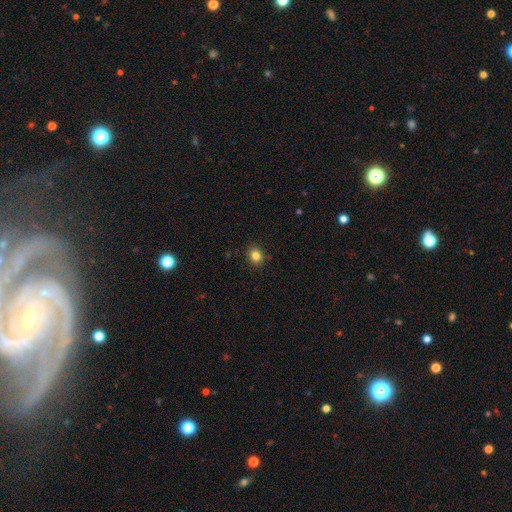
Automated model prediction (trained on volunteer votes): Q: Smooth or featured?
A: smooth (84%); runner-up: star or artifact (12%)
Q: How rounded?
A: round (73%); runner-up: in between (26%)
Q: Merging?
A: none (90%); runner-up: minor disturbance (7%)